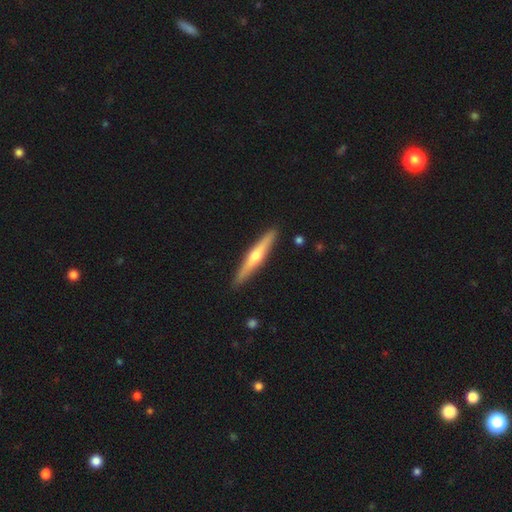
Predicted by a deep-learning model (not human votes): Morphology: type=featured or disk (63%); edge-on=yes (97%); edge-on bulge=rounded (88%); merging=none (91%).